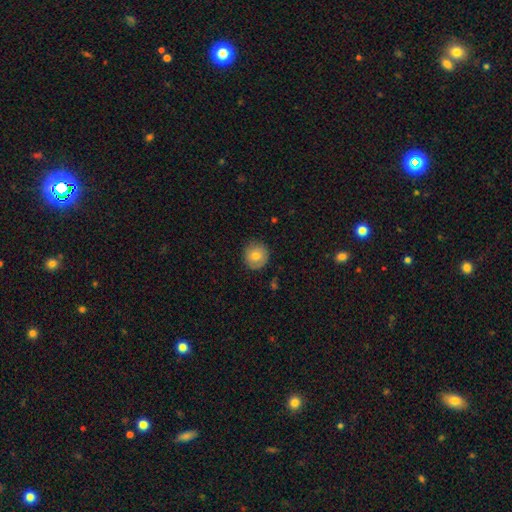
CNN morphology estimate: A smooth galaxy with no disk features (77%) that is round (92%). Merging: none (85%).